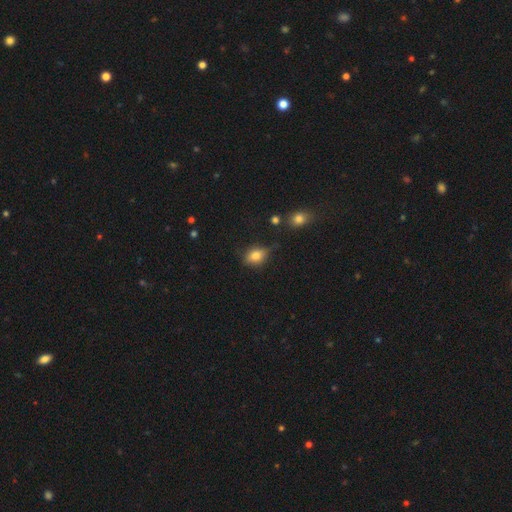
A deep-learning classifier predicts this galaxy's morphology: Smooth or featured: smooth — 72% (featured or disk — 17%)
How rounded: in between — 69% (round — 27%)
Merging: none — 67% (minor disturbance — 24%)